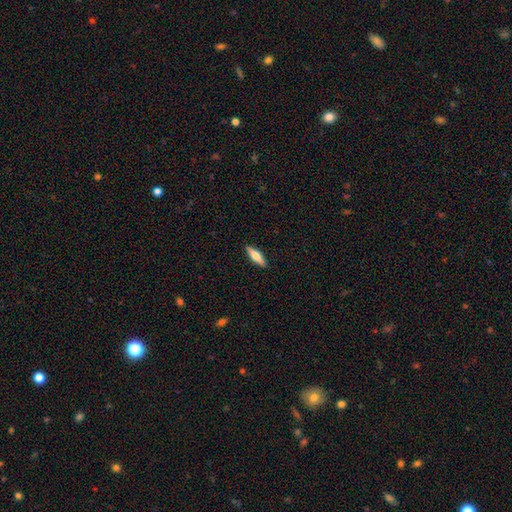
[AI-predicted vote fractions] smooth 54%, featured or disk 41%, star or artifact 6%. Down the decision tree: how rounded — cigar-shaped (62%); merging — none (90%).